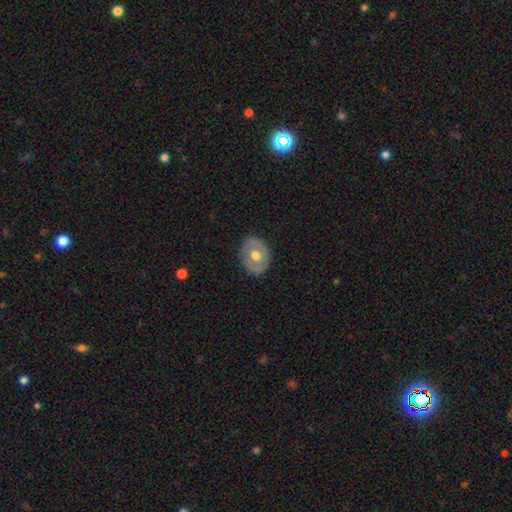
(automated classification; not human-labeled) This appears to be a featured or disk galaxy (56%) with no bar (76%), no spiral arms (55%) and a moderate central bulge (71%). Merging: none (81%).